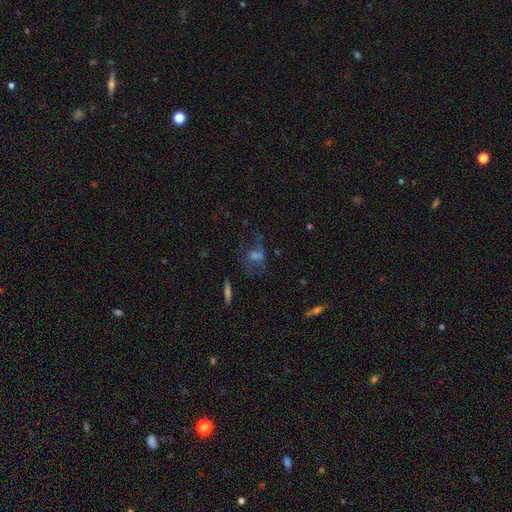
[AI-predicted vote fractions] This is marginally a featured or disk galaxy (40%). Merging: possibly none (51%).